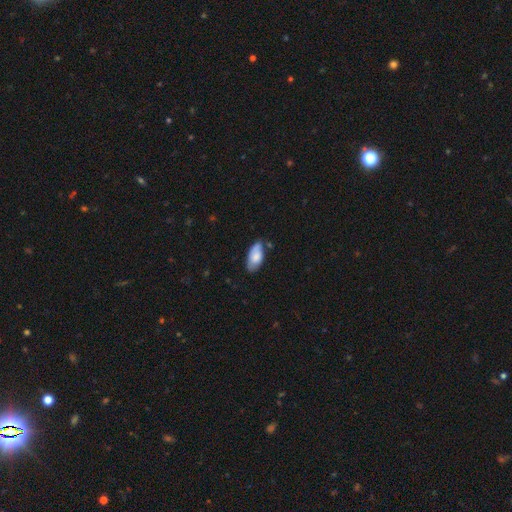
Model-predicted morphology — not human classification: Smooth or featured: smooth — 78% (featured or disk — 16%)
How rounded: in between — 92% (cigar-shaped — 6%)
Merging: none — 65% (minor disturbance — 27%)